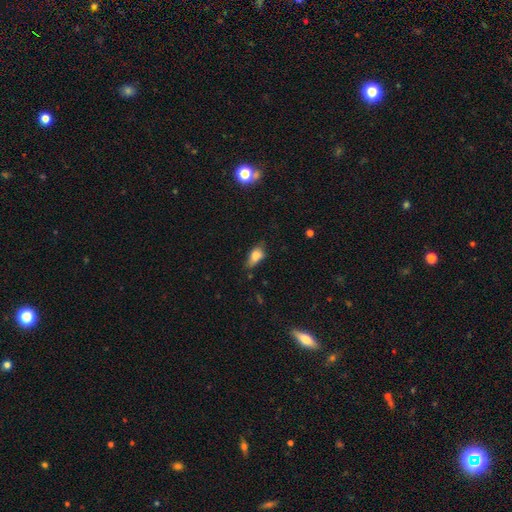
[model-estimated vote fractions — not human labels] Morphology: type=smooth (78%); roundness=in between (86%); merging=none (48%).